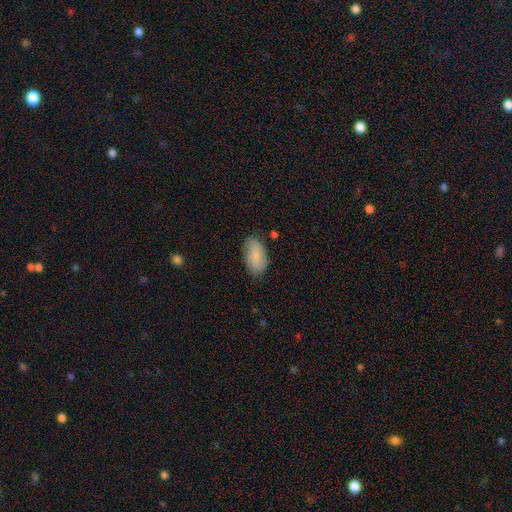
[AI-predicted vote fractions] This is likely a smooth galaxy (77%). How rounded: clearly in between (94%). Merging: likely none (76%).